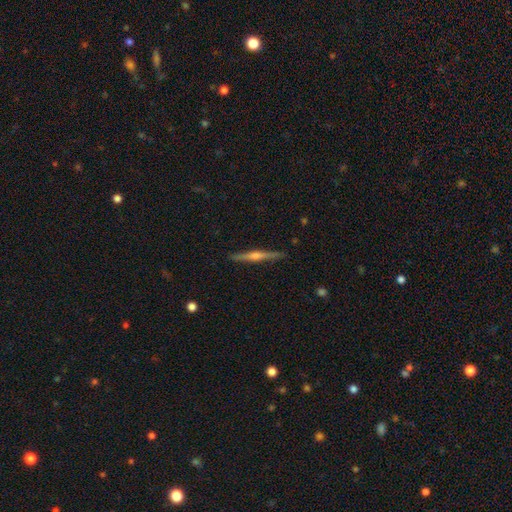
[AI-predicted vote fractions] Smooth or featured? featured or disk (76%)
Edge-on disk? yes (98%)
Edge-on bulge? rounded (81%)
Merging? none (91%)